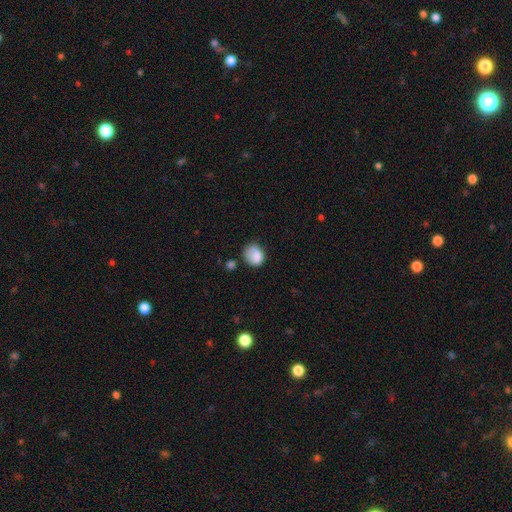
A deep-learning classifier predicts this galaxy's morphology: A smooth galaxy with no disk features (82%) that is round (50%). Merging: none (51%).